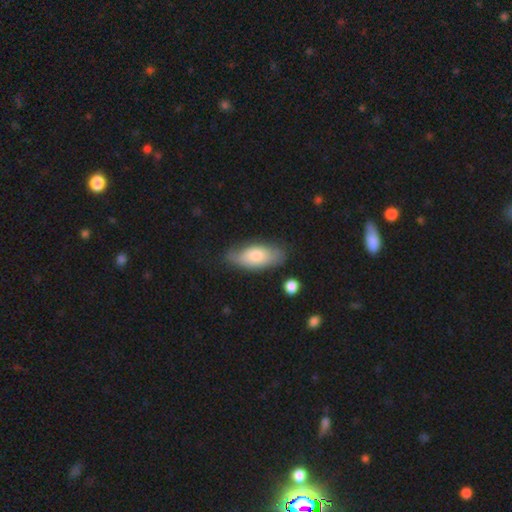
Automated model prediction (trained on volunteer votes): smooth 73%, featured or disk 21%, star or artifact 6%. Down the decision tree: how rounded — in between (85%); merging — none (68%).